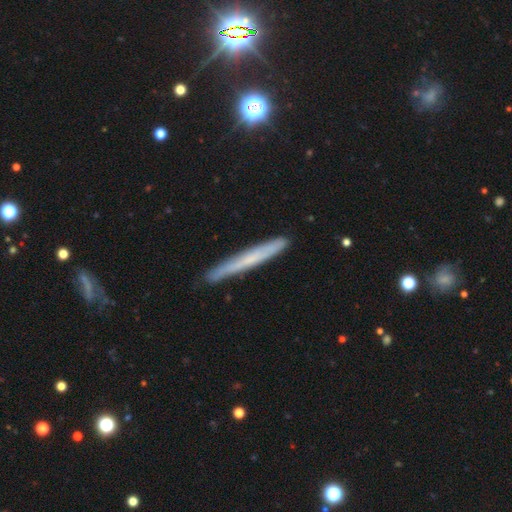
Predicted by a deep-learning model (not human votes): smooth-or-featured: smooth: 48% | featured or disk: 43% | star or artifact: 8%
  merging: none: 88% | minor disturbance: 9% | major disturbance: 1% | merger: 1%